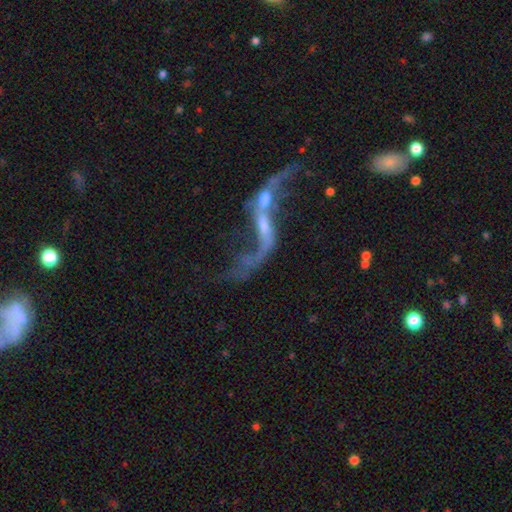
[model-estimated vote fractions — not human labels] Smooth or featured? Predicted: featured or disk (p=0.82). Edge-on disk? Predicted: no (p=0.90). Bar? Predicted: no (p=0.42). Spiral arms? Predicted: yes (p=0.81). Spiral winding? Predicted: loose (p=0.94). Spiral arm count? Predicted: 2 (p=0.86). Bulge size? Predicted: small (p=0.48). Merging? Predicted: merger (p=0.42).